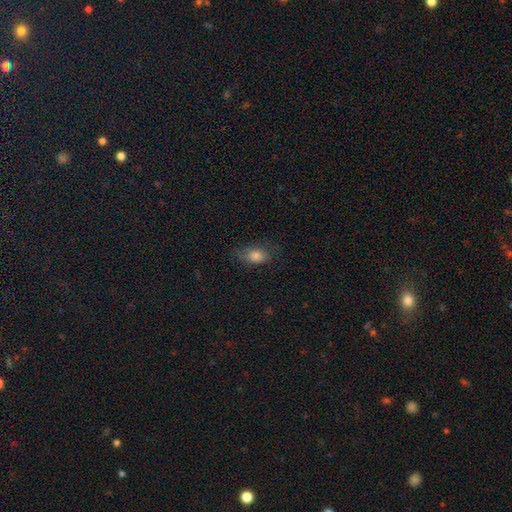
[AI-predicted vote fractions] smooth-or-featured: smooth: 75% | featured or disk: 13% | star or artifact: 12%
  how-rounded: in between: 82% | round: 13% | cigar-shaped: 5%
  merging: none: 71% | minor disturbance: 21% | major disturbance: 8% | merger: 1%